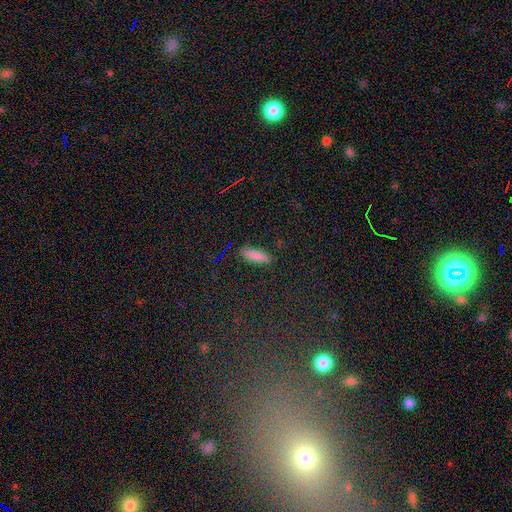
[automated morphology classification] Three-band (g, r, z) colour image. It shows a smooth galaxy with no disk features (84%) that is cigar-shaped (57%). Merging: none (86%).